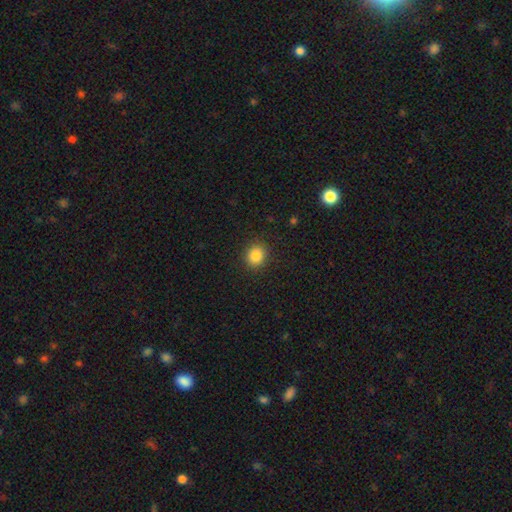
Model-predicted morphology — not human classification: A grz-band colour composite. It shows a smooth galaxy with no disk features (85%) that is round (80%). Merging: none (90%).